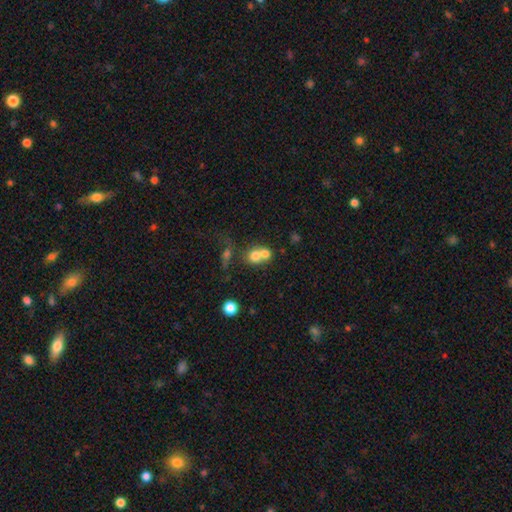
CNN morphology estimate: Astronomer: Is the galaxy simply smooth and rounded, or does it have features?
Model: smooth — 70%.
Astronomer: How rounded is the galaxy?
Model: round — 73%.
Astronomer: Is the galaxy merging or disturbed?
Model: merger — 66%.